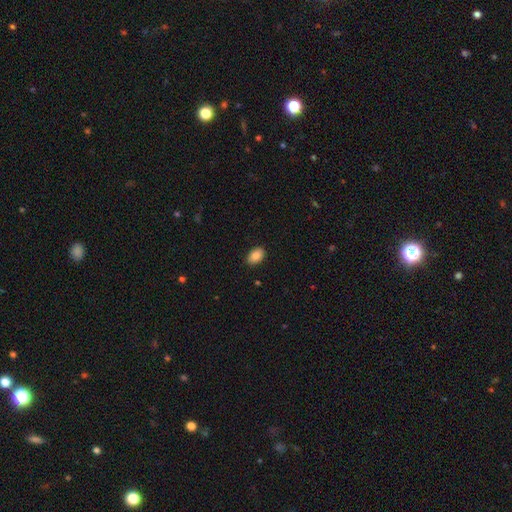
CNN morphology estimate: type=smooth (86%); roundness=in between (88%); merging=none (87%).